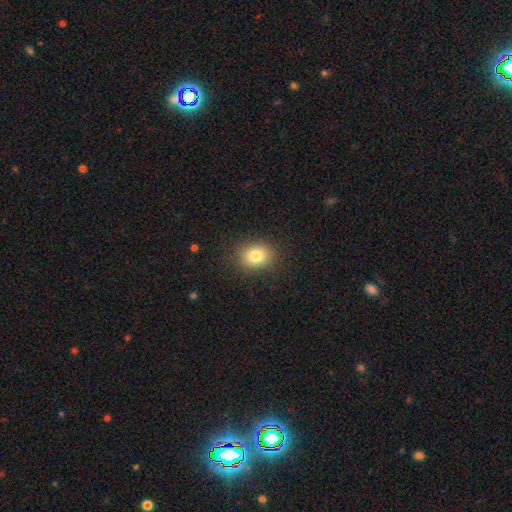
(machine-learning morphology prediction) Smooth or featured: smooth — 81% (star or artifact — 11%)
How rounded: round — 50% (in between — 49%)
Merging: none — 87% (minor disturbance — 9%)